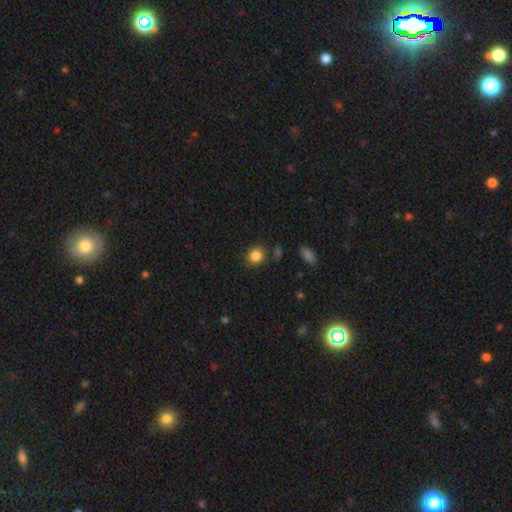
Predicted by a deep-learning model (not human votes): smooth_or_featured: smooth (p=0.85) [alt: star or artifact p=0.10]
how_rounded: round (p=0.82) [alt: in between p=0.17]
merging: none (p=0.83) [alt: minor disturbance p=0.10]